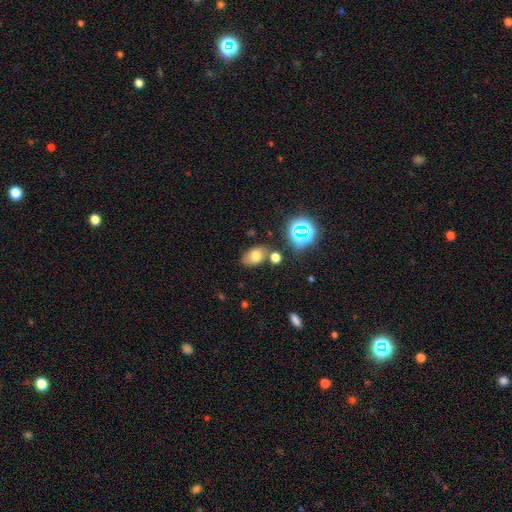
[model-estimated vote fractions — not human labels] This is likely a smooth galaxy (69%). How rounded: clearly in between (83%). Merging: likely none (69%).